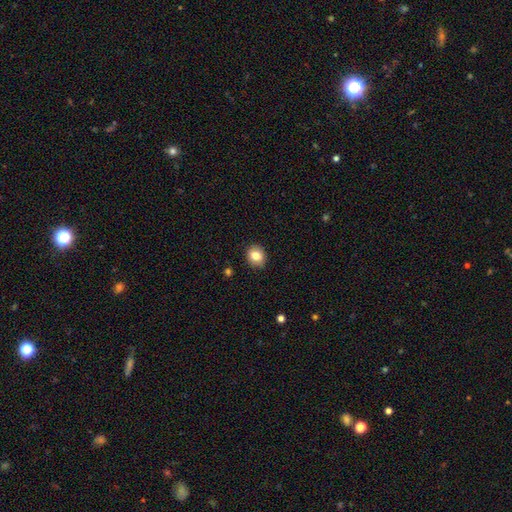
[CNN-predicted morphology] smooth 82%, star or artifact 9%, featured or disk 9%. Down the decision tree: how rounded — round (69%); merging — none (89%).